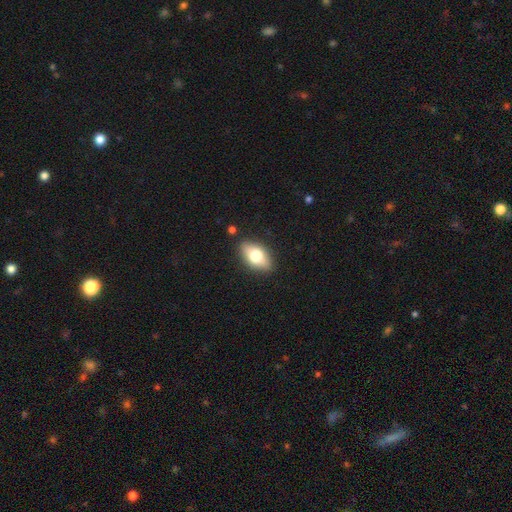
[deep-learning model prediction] A smooth galaxy with no disk features (71%) that is in between round and cigar-shaped (89%). Merging: none (85%).